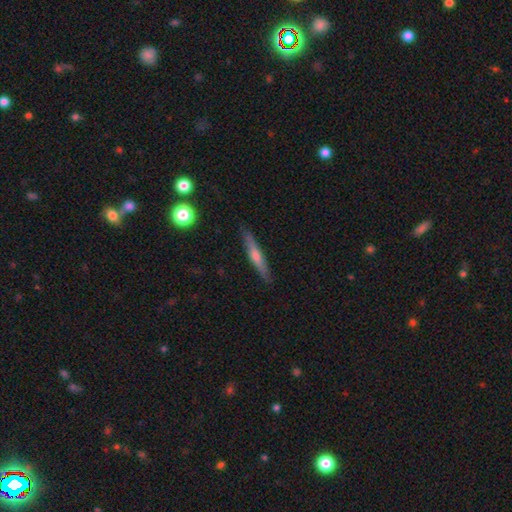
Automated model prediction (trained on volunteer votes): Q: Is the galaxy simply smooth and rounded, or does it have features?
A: featured or disk — 49%.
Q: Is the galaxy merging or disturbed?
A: none — 88%.